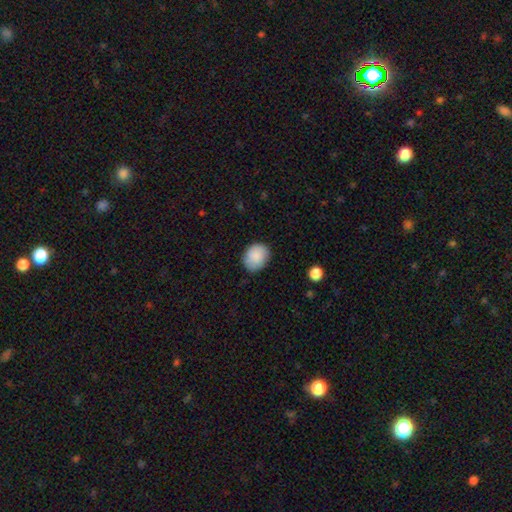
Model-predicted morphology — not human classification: Smooth or featured?
  - smooth: 87% *
  - star or artifact: 7%
  - featured or disk: 6%
How rounded?
  - round: 55% *
  - in between: 44%
  - cigar-shaped: 1%
Merging?
  - none: 82% *
  - minor disturbance: 14%
  - major disturbance: 3%
  - merger: 1%